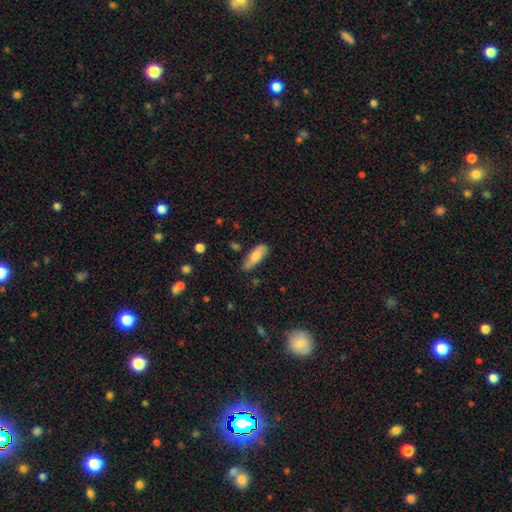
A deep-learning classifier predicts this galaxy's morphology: A smooth galaxy with no disk features (77%) that is in between round and cigar-shaped (67%).

Vote fractions:
- Smooth or featured? smooth: 77% / featured or disk: 17% / star or artifact: 6%
- How rounded? in between: 67% / cigar-shaped: 31% / round: 2%
- Merging? none: 73% / minor disturbance: 21% / major disturbance: 4% / merger: 2%